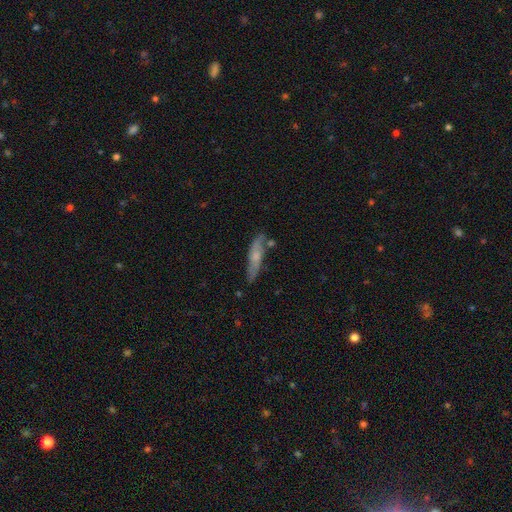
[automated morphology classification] Smooth or featured? Predicted: featured or disk (p=0.49). Merging? Predicted: none (p=0.67).